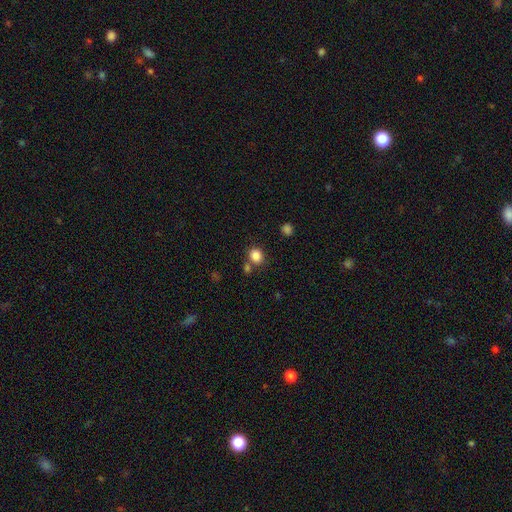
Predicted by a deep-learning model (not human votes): The model was most divided on "how rounded": round: 73%, in between: 26%, cigar-shaped: 1%. More confident: smooth or featured — smooth (85%); merging — none (71%).